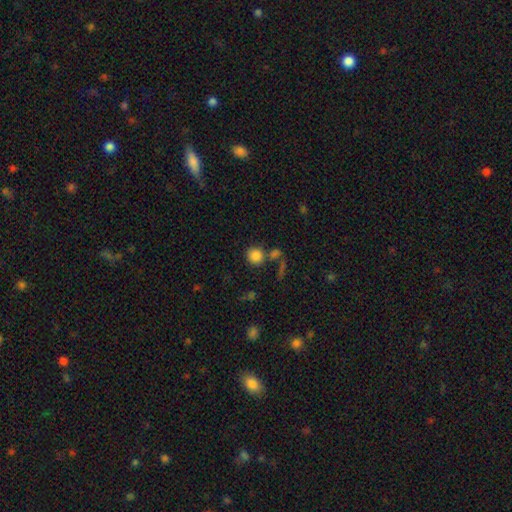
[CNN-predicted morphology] The model was most divided on "merging": none: 66%, merger: 19%, minor disturbance: 10%, major disturbance: 5%. More confident: how rounded — round (86%); smooth or featured — smooth (84%).